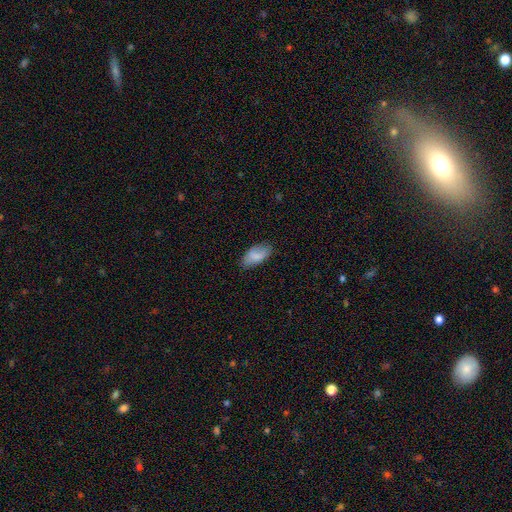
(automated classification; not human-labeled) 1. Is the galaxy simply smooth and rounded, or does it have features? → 81% smooth, 12% featured or disk, 7% star or artifact.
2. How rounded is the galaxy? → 94% in between, 4% cigar-shaped, 3% round.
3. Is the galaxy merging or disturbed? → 71% none, 23% minor disturbance, 5% major disturbance, 1% merger.